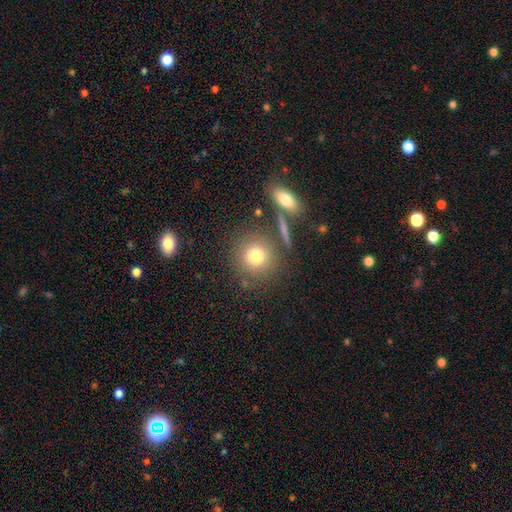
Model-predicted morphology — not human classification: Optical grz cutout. It shows a smooth galaxy with no disk features (78%) that is round (87%). Merging: none (76%).